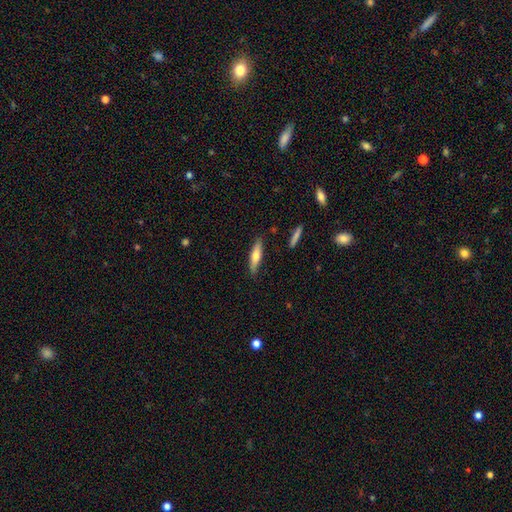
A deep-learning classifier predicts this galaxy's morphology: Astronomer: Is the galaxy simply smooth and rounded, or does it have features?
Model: smooth — 57% (runner-up: featured or disk, 37%).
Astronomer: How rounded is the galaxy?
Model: cigar-shaped — 73%.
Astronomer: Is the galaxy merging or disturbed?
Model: none — 86%.